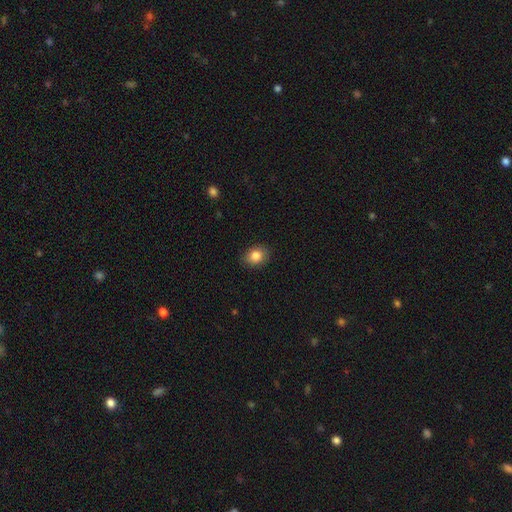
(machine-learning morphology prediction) smooth-or-featured: smooth: 84% | star or artifact: 9% | featured or disk: 7%
  how-rounded: in between: 53% | round: 47% | cigar-shaped: 1%
  merging: none: 89% | minor disturbance: 8% | major disturbance: 2% | merger: 1%